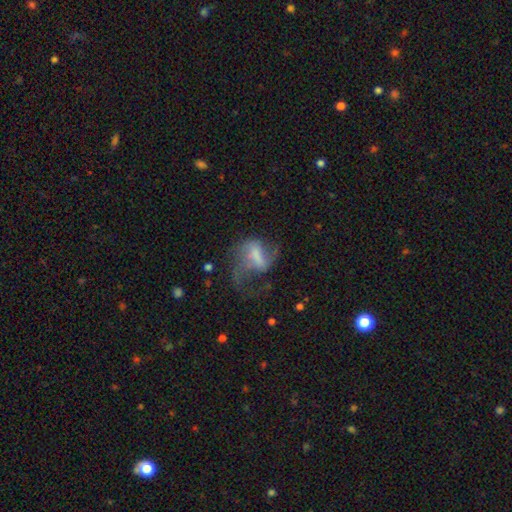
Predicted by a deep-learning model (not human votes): Morphology: type=featured or disk (64%); edge-on=no (97%); bar=weak (41%); spiral arms=yes (77%); bulge=none (45%); merging=major disturbance (49%).